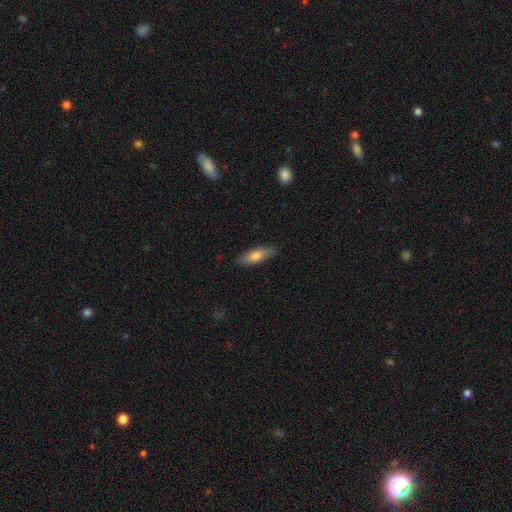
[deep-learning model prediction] This appears to be a smooth galaxy with no disk features (76%) that is in between round and cigar-shaped (62%). Merging: none (84%).